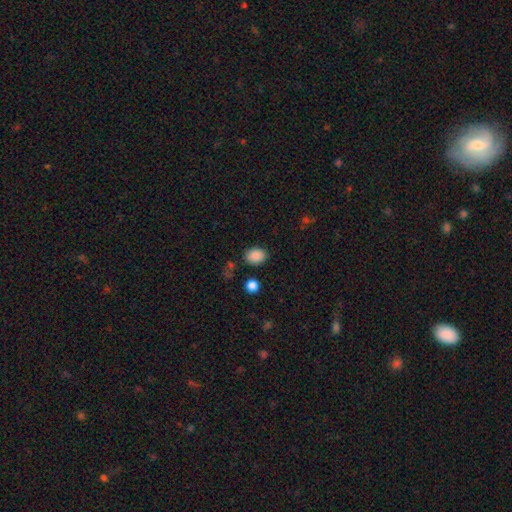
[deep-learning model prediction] Morphology: type=smooth (87%); roundness=in between (66%); merging=none (83%).